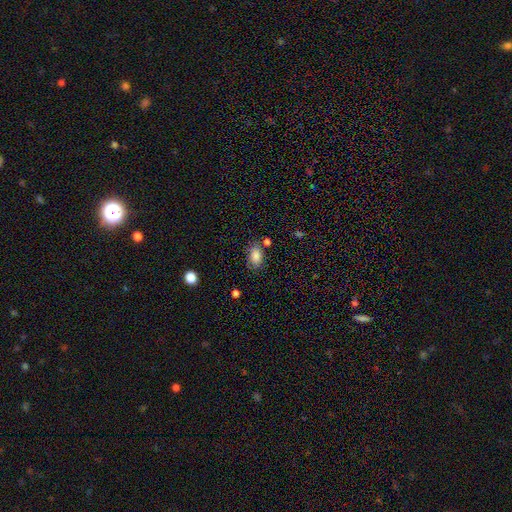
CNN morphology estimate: The model was most divided on "merging": none: 73%, minor disturbance: 17%, merger: 6%, major disturbance: 4%. More confident: how rounded — in between (87%); smooth or featured — smooth (84%).